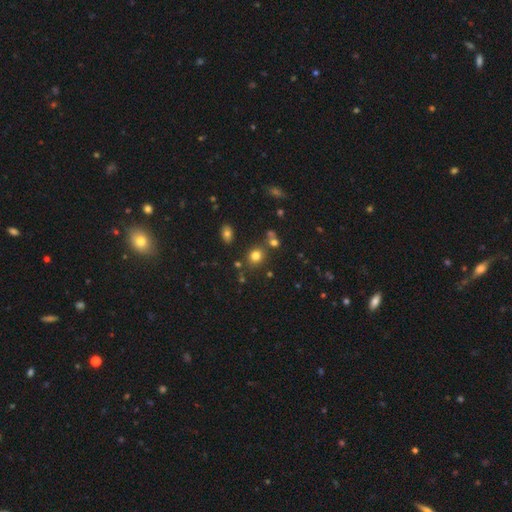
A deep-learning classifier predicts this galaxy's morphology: The model was most divided on "how rounded": round: 74%, in between: 25%, cigar-shaped: 1%. More confident: smooth or featured — smooth (77%); merging — none (75%).